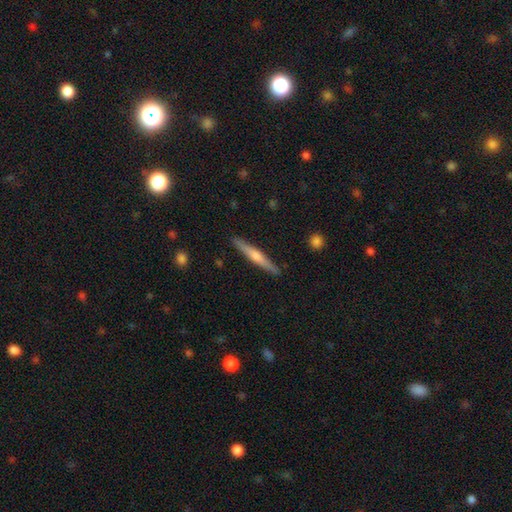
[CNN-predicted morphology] This appears to be a featured or disk galaxy (64%) viewed edge-on (97%) with a rounded central bulge (81%). Merging: none (91%).